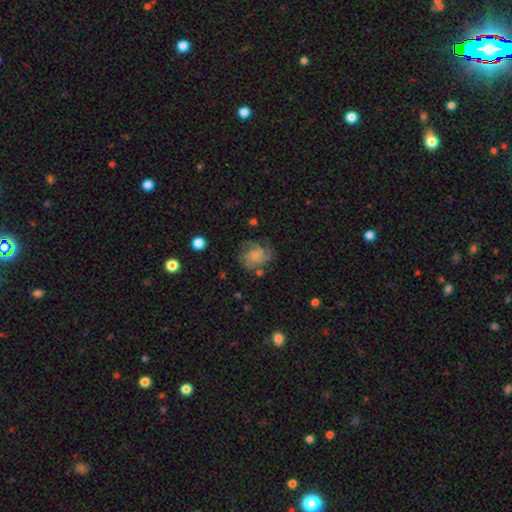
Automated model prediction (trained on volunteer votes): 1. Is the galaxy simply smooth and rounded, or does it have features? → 73% featured or disk, 19% smooth, 8% star or artifact.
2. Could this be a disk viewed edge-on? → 98% no, 2% yes.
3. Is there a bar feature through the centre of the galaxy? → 74% no, 23% weak, 3% strong.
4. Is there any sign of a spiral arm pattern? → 94% yes, 6% no.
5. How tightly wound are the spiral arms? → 43% medium, 41% tight, 16% loose.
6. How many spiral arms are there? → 39% 3, 20% can't tell, 16% 2, 13% 4, 6% 1, 5% more than 4.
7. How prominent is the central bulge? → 67% small, 17% moderate, 12% none, 2% large, 1% dominant.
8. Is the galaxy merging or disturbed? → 63% none, 21% minor disturbance, 13% major disturbance, 3% merger.